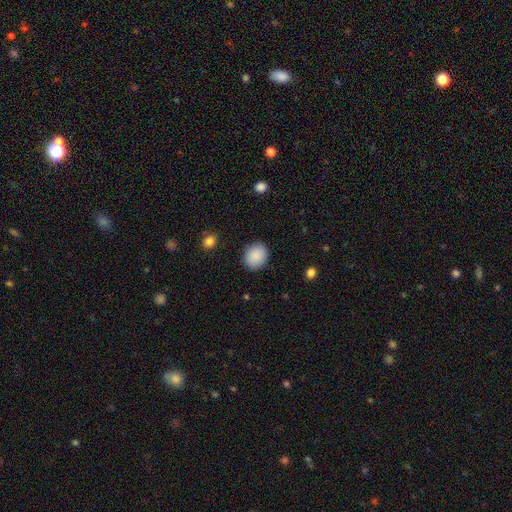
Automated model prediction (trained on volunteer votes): Morphology: type=smooth (89%); roundness=round (62%); merging=none (88%).